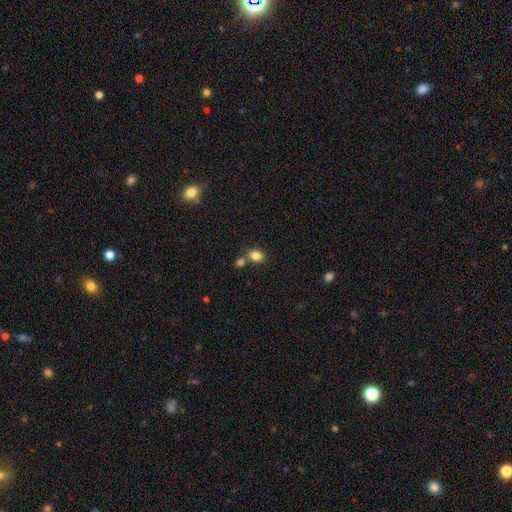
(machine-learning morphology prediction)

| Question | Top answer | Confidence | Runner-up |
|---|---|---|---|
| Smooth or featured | smooth | 83% | star or artifact (10%) |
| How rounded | in between | 71% | round (28%) |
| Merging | none | 60% | merger (26%) |